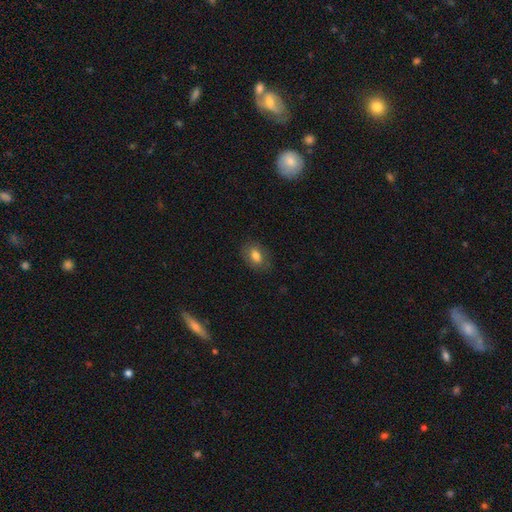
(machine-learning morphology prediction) Smooth or featured: smooth — 77% (featured or disk — 14%)
How rounded: in between — 82% (round — 16%)
Merging: none — 78% (minor disturbance — 16%)